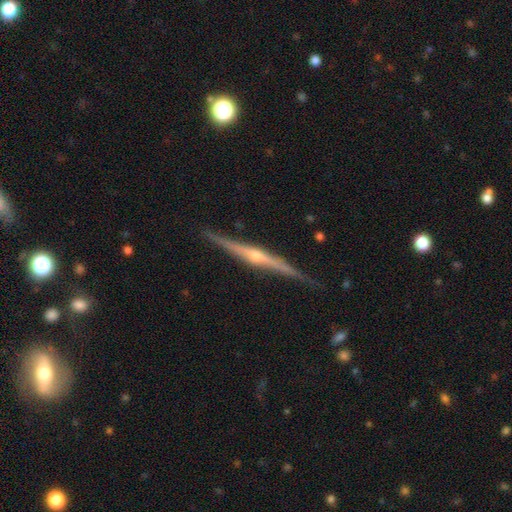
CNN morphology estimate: type=featured or disk (87%); edge-on=yes (98%); edge-on bulge=rounded (86%); merging=none (88%).